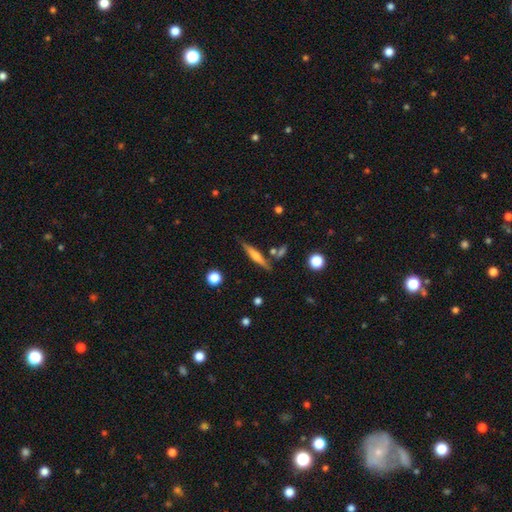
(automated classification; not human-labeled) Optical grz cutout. It shows a featured or disk galaxy (52%) viewed edge-on (95%). Merging: none (79%).